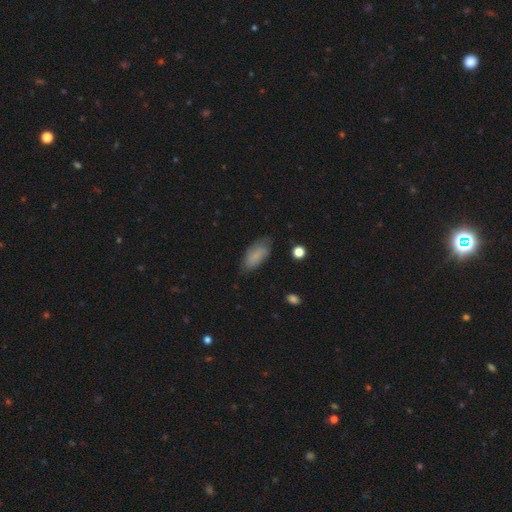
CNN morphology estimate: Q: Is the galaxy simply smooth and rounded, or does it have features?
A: smooth — 74%.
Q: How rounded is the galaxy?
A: in between — 89%.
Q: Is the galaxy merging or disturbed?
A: none — 67%.